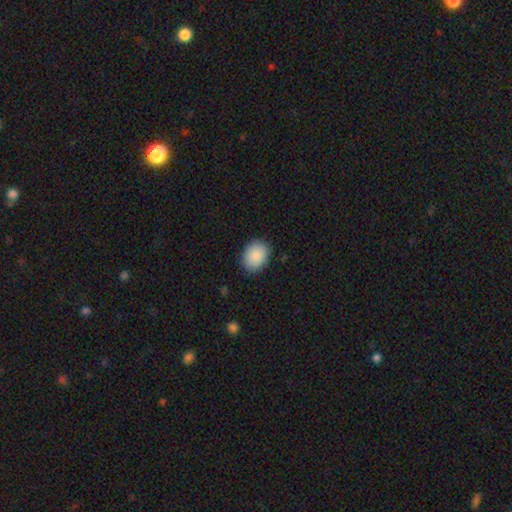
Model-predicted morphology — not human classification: This is clearly a smooth galaxy (89%). How rounded: likely in between (63%). Merging: clearly none (86%).